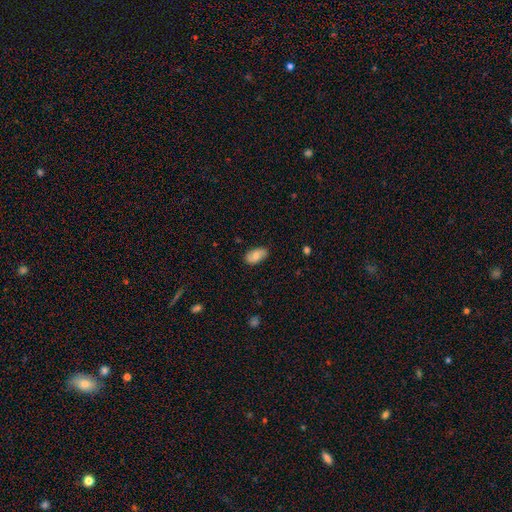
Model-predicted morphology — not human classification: Overall: smooth (73%). How rounded: in between (94%). Merging: none (80%).